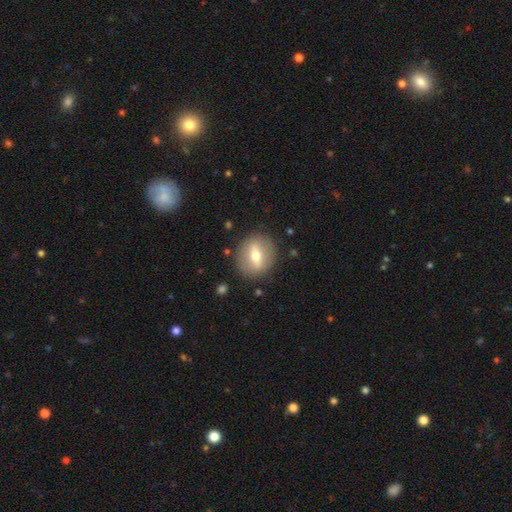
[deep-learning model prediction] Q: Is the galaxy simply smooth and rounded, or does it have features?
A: smooth — 47%.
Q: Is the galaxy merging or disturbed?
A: none — 86%.